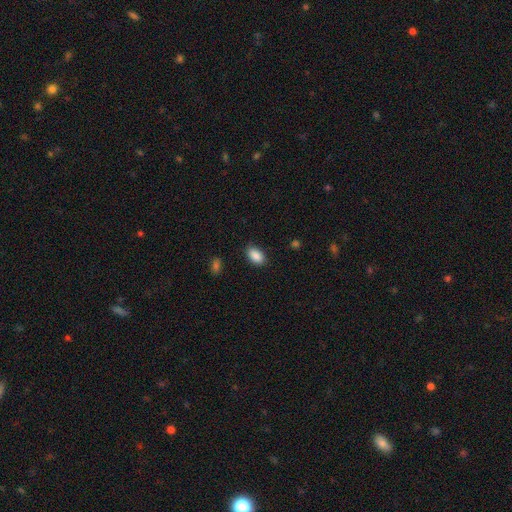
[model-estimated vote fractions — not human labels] Overall: smooth (89%). How rounded: in between (92%). Merging: none (86%).